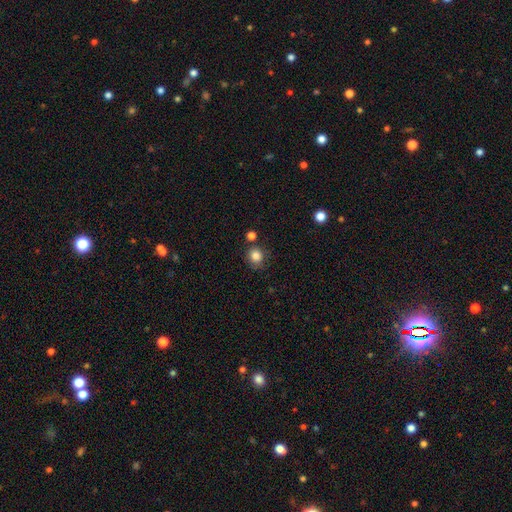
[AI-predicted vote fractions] A smooth galaxy with no disk features (84%) that is round (83%). Merging: none (73%).